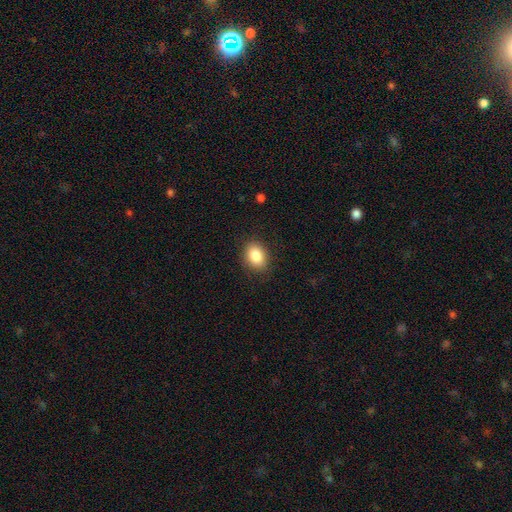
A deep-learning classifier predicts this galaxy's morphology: Q: Smooth or featured?
A: smooth (86%); runner-up: star or artifact (8%)
Q: How rounded?
A: in between (73%); runner-up: round (26%)
Q: Merging?
A: none (87%); runner-up: minor disturbance (10%)